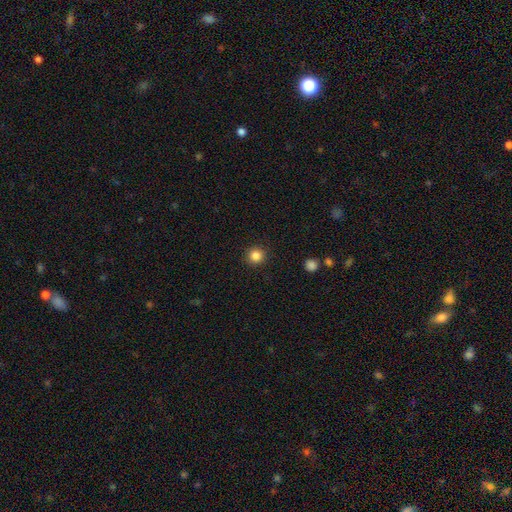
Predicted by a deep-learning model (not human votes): Smooth or featured?
  - smooth: 85% *
  - star or artifact: 11%
  - featured or disk: 4%
How rounded?
  - round: 94% *
  - in between: 5%
  - cigar-shaped: 1%
Merging?
  - none: 92% *
  - minor disturbance: 5%
  - major disturbance: 2%
  - merger: 1%